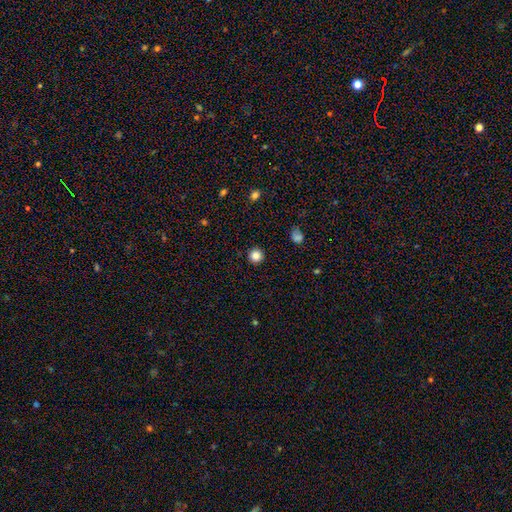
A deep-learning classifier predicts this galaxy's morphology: smooth 85%, star or artifact 11%, featured or disk 4%. Down the decision tree: how rounded — round (95%); merging — none (93%).